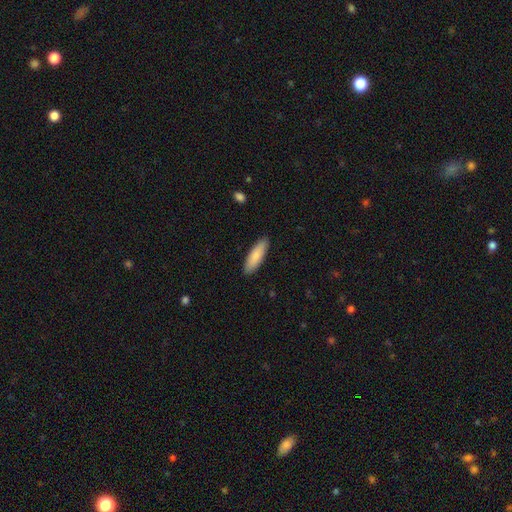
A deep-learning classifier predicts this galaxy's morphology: Smooth or featured? Predicted: smooth (p=0.85). How rounded? Predicted: cigar-shaped (p=0.52). Merging? Predicted: none (p=0.89).